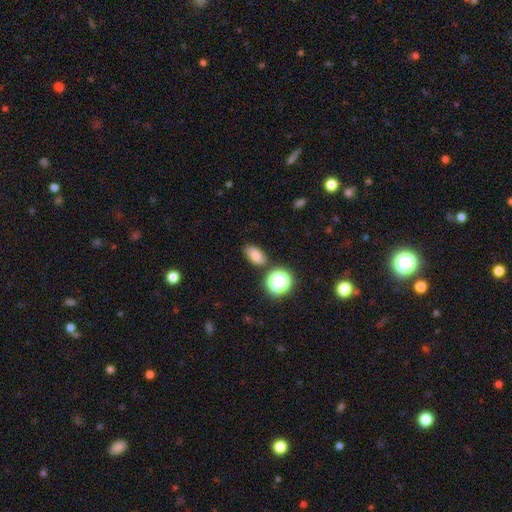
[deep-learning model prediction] A smooth galaxy with no disk features (73%) that is in between round and cigar-shaped (81%).

Vote fractions:
- Smooth or featured? smooth: 73% / star or artifact: 17% / featured or disk: 10%
- How rounded? in between: 81% / round: 16% / cigar-shaped: 2%
- Merging? none: 76% / minor disturbance: 14% / merger: 6% / major disturbance: 4%